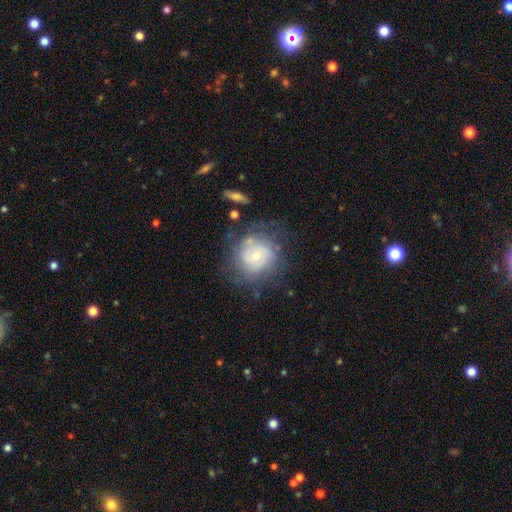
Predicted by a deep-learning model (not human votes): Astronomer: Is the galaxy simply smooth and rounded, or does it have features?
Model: featured or disk — 51% (runner-up: smooth, 39%).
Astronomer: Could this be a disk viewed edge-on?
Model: no — 96%.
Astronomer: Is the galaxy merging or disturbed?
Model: none — 63%.